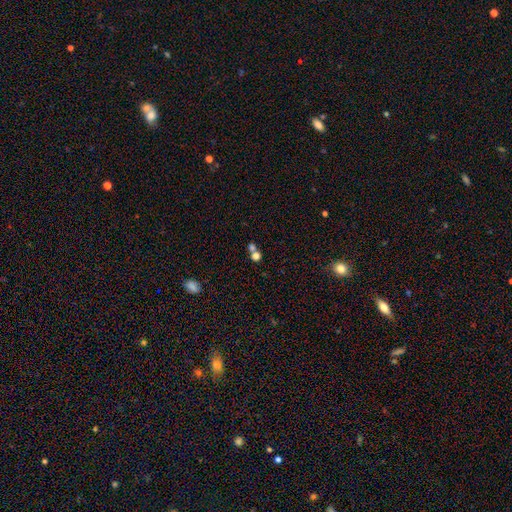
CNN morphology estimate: Smooth or featured? Predicted: smooth (p=0.69). How rounded? Predicted: round (p=0.76). Merging? Predicted: merger (p=0.45).